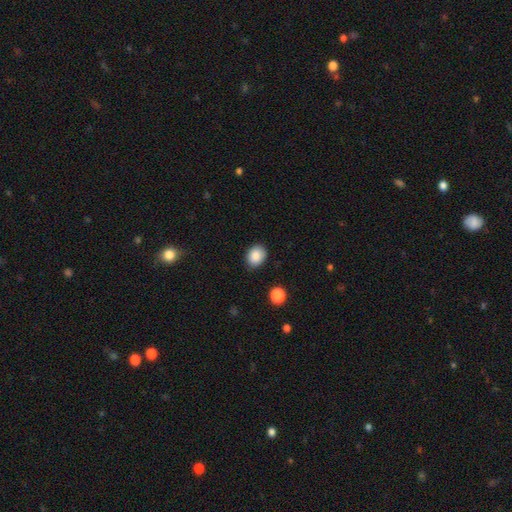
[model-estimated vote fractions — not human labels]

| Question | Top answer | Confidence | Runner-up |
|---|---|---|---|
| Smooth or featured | smooth | 87% | star or artifact (9%) |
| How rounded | in between | 54% | round (45%) |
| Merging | none | 85% | minor disturbance (11%) |